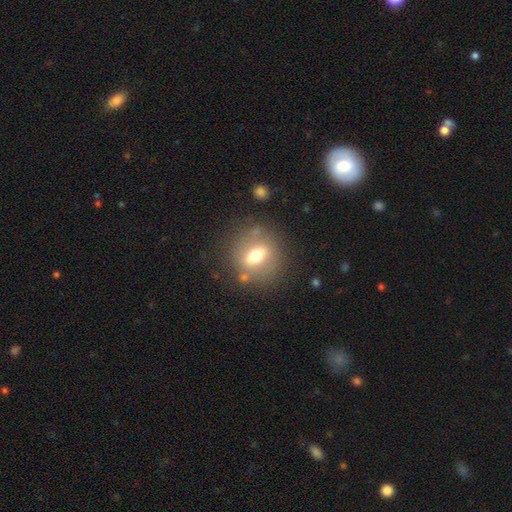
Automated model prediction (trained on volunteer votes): Overall: smooth (56%; featured or disk 34%). How rounded: round (60%; in between 36%). Merging: none (75%).